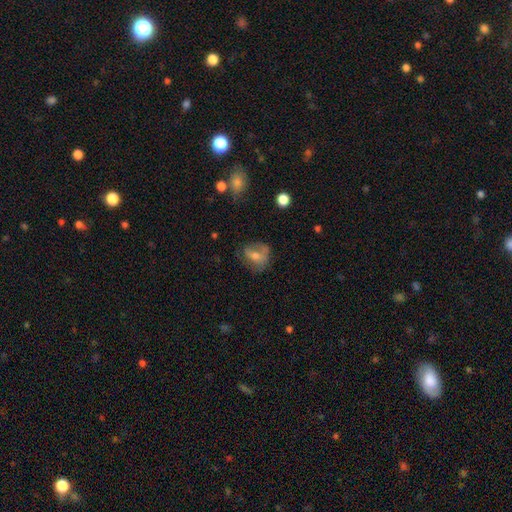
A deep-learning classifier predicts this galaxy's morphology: smooth 47%, featured or disk 41%, star or artifact 12%. Down the decision tree: merging — none (57%).